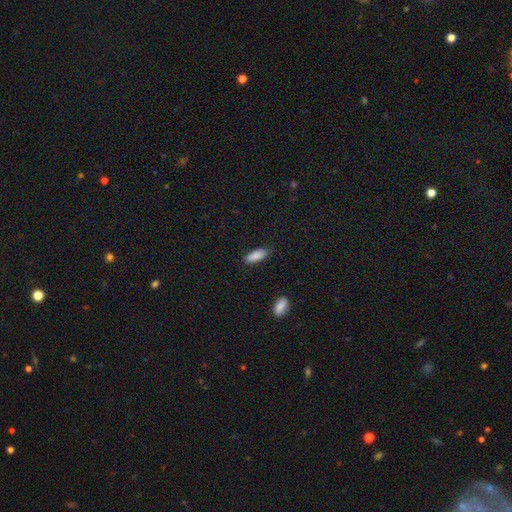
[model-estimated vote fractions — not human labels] smooth-or-featured: smooth: 87% | featured or disk: 7% | star or artifact: 7%
  how-rounded: in between: 76% | cigar-shaped: 22% | round: 2%
  merging: none: 82% | minor disturbance: 13% | major disturbance: 3% | merger: 2%